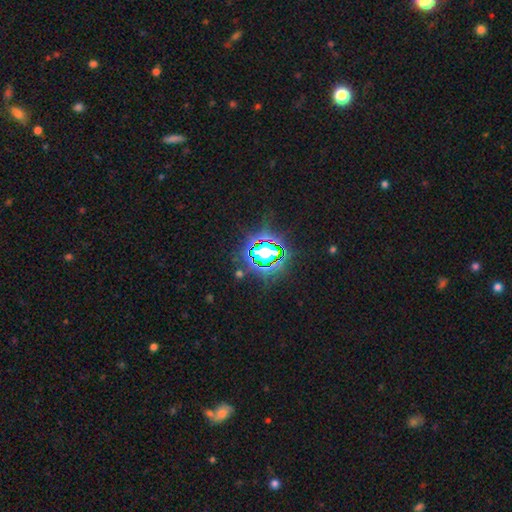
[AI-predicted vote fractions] Smooth or featured? star or artifact (82%)